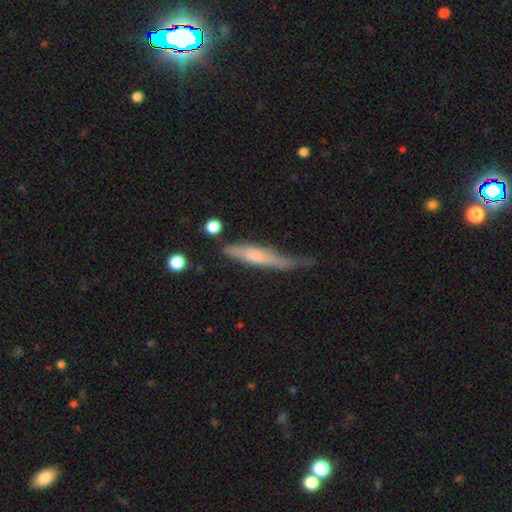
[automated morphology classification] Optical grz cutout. It shows a smooth galaxy with no disk features (55%) that is cigar-shaped (86%). Merging: none (42%).